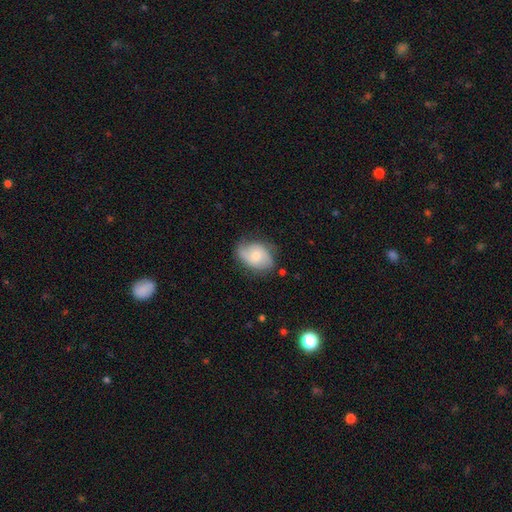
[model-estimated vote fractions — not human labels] A featured or disk galaxy (48%).

Vote fractions:
- Smooth or featured? featured or disk: 48% / smooth: 45% / star or artifact: 7%
- Merging? none: 64% / minor disturbance: 27% / major disturbance: 8% / merger: 2%